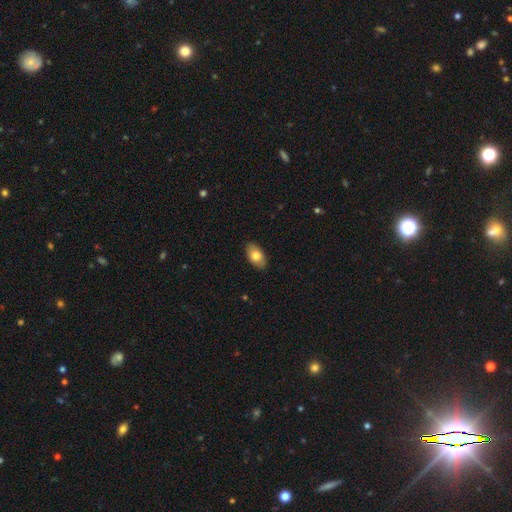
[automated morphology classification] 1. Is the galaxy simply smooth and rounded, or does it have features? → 79% smooth, 15% featured or disk, 6% star or artifact.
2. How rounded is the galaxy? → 93% in between, 5% round, 2% cigar-shaped.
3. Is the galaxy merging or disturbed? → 88% none, 9% minor disturbance, 2% major disturbance, 1% merger.